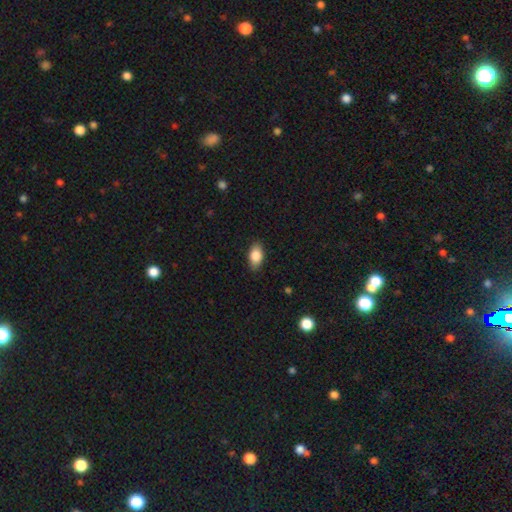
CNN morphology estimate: Smooth or featured: smooth — 85% (featured or disk — 8%)
How rounded: in between — 91% (round — 5%)
Merging: none — 87% (minor disturbance — 10%)